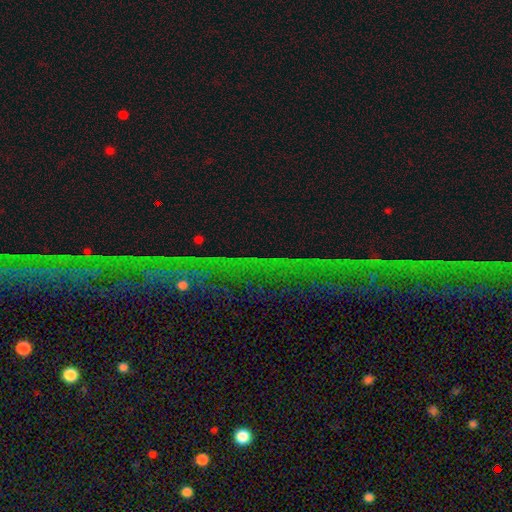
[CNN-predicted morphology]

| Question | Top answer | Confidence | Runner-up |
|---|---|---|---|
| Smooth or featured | star or artifact | 82% | featured or disk (11%) |